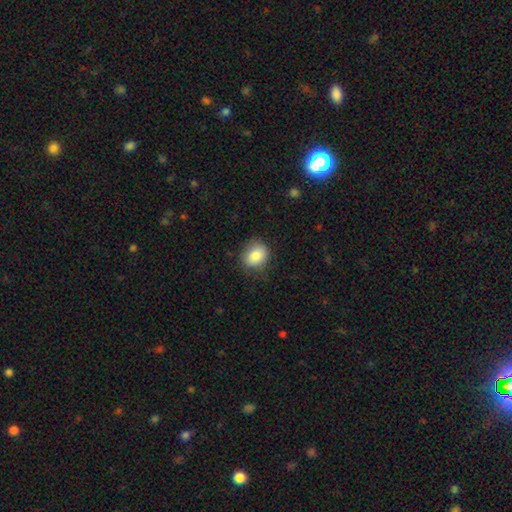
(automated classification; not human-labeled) Smooth or featured? smooth (84%)
How rounded? round (62%)
Merging? none (78%)